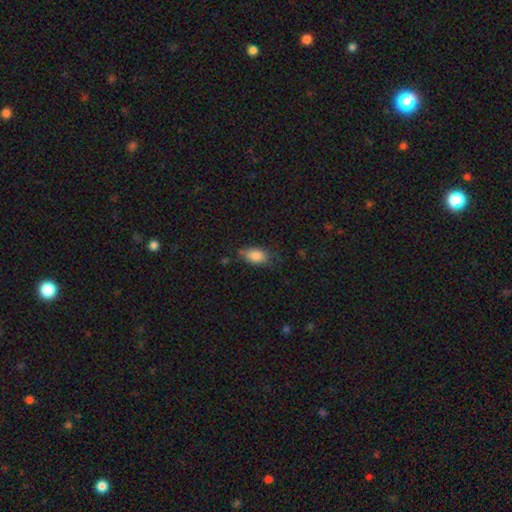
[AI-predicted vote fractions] smooth-or-featured: smooth: 85% | star or artifact: 8% | featured or disk: 7%
  how-rounded: in between: 89% | round: 8% | cigar-shaped: 3%
  merging: none: 65% | minor disturbance: 26% | major disturbance: 6% | merger: 3%